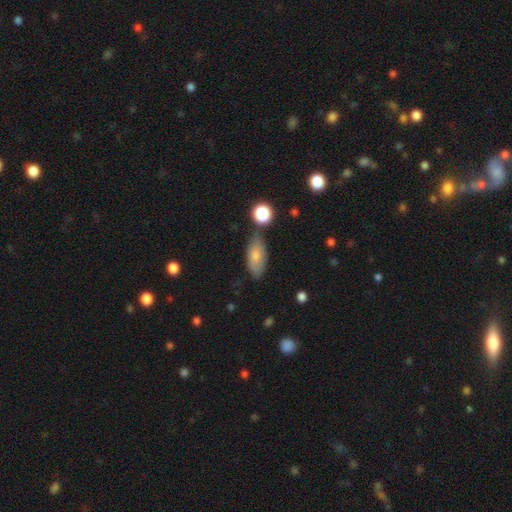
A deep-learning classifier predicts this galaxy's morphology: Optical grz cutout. It shows a smooth galaxy with no disk features (74%) that is in between round and cigar-shaped (86%). Merging: none (66%).